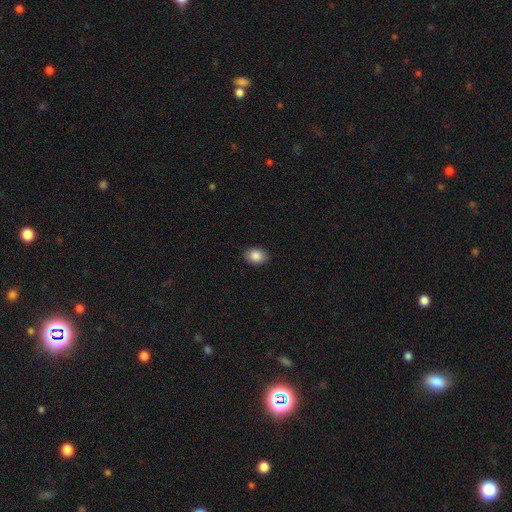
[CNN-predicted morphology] Smooth or featured? smooth (87%)
How rounded? in between (69%)
Merging? none (89%)